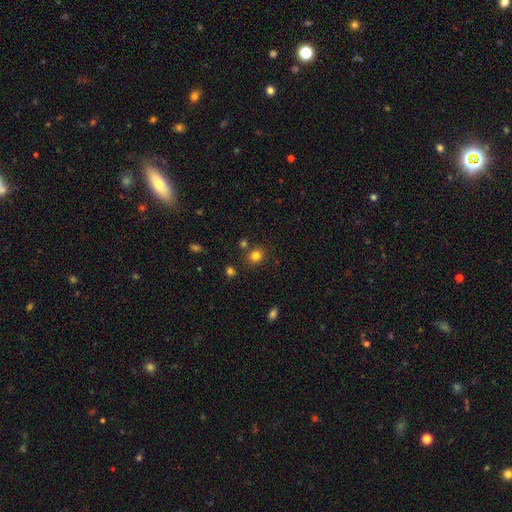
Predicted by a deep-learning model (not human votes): Smooth or featured? smooth (80%)
How rounded? round (78%)
Merging? none (81%)